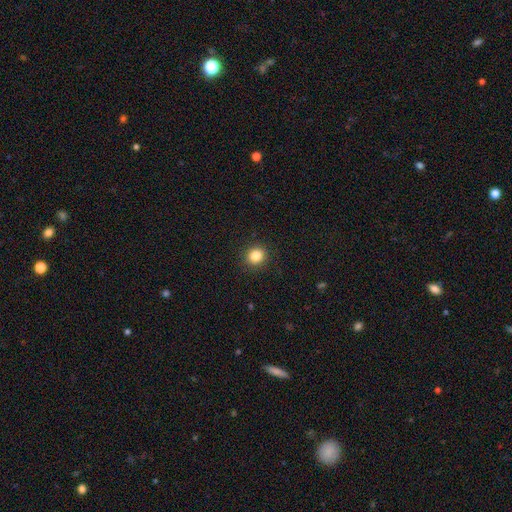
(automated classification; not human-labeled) This is clearly a smooth galaxy (84%). How rounded: clearly round (86%). Merging: clearly none (91%).